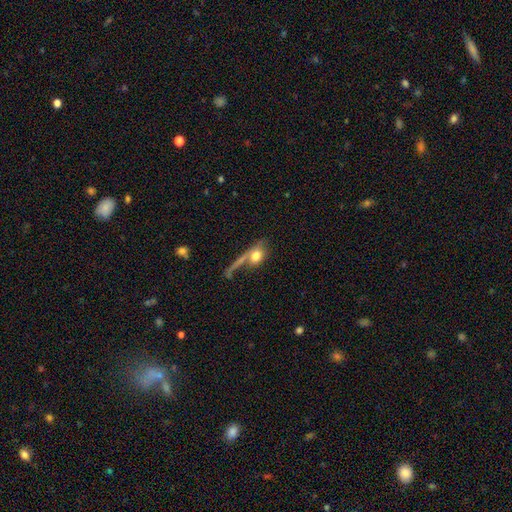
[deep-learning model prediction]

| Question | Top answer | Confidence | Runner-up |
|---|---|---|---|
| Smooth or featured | smooth | 64% | featured or disk (26%) |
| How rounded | in between | 57% | round (31%) |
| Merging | none | 32% | major disturbance (29%) |